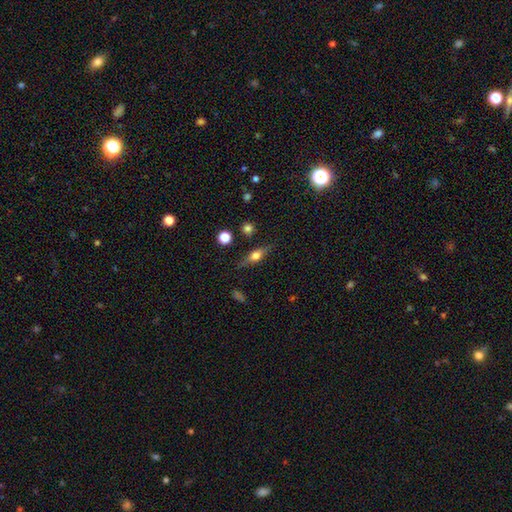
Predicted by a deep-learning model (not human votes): This is possibly a featured or disk galaxy (51%). It is clearly viewed edge-on (91%). Merging: clearly none (81%).